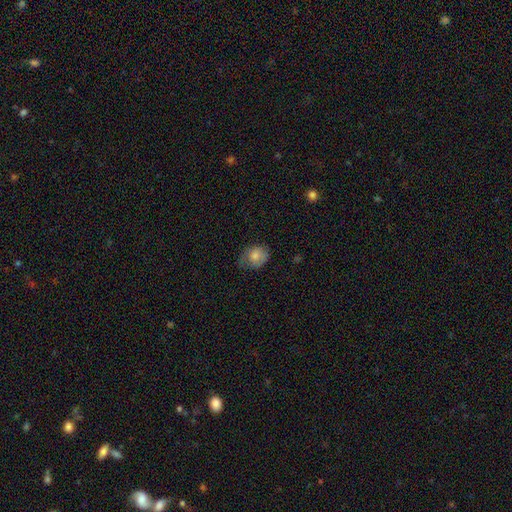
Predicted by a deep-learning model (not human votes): Smooth or featured? smooth (75%)
How rounded? round (50%)
Merging? none (48%)